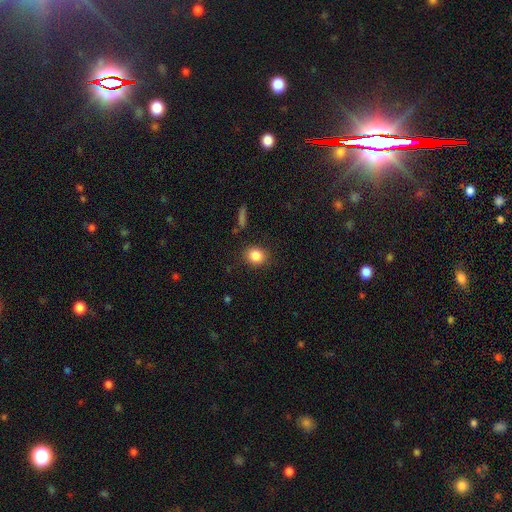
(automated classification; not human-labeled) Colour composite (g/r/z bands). It shows a smooth galaxy with no disk features (85%) that is round (70%). Merging: none (86%).